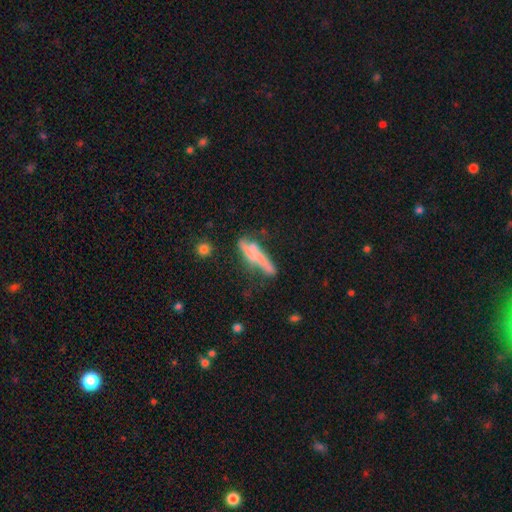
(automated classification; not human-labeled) This appears to be a smooth galaxy with no disk features (50%). Merging: none (42%).